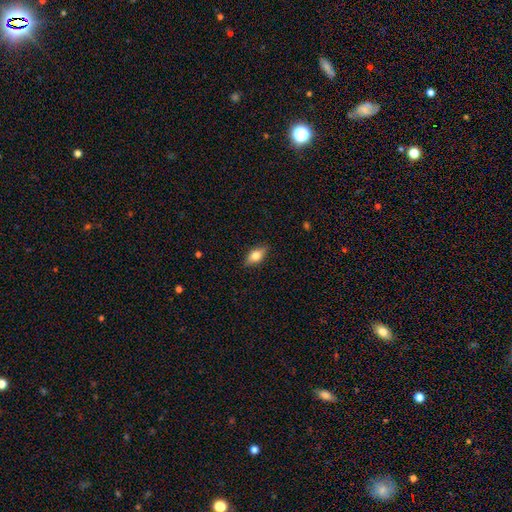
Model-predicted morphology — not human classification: The model was most divided on "smooth or featured": smooth: 67%, featured or disk: 26%, star or artifact: 8%. More confident: merging — none (86%); how rounded — in between (80%).